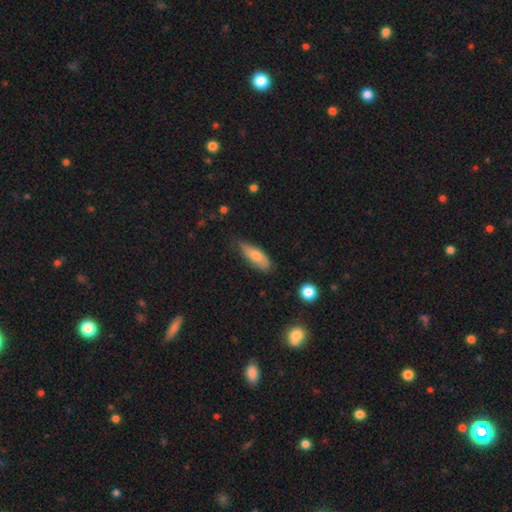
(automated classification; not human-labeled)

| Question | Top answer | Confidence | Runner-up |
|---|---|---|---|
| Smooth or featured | smooth | 72% | featured or disk (22%) |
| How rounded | in between | 62% | cigar-shaped (35%) |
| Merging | none | 66% | minor disturbance (28%) |